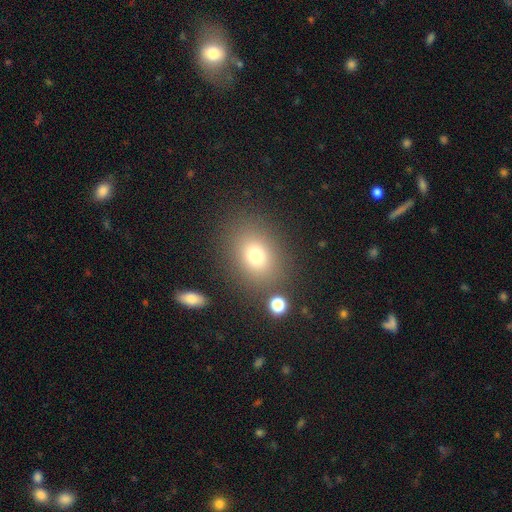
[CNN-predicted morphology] This is likely a smooth galaxy (75%). How rounded: possibly in between (57%). Merging: clearly none (81%).